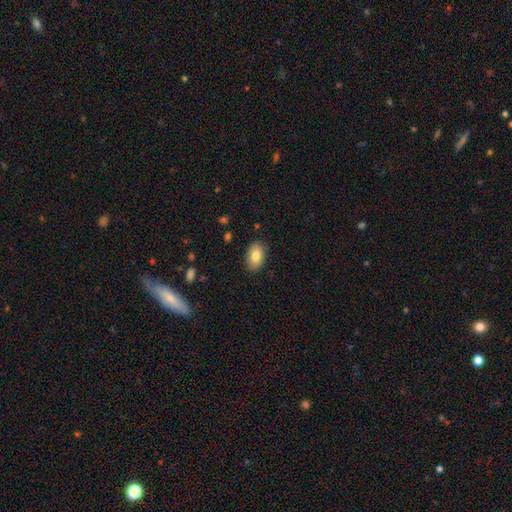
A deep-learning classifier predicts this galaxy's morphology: This is clearly a smooth galaxy (83%). How rounded: clearly in between (90%). Merging: clearly none (87%).